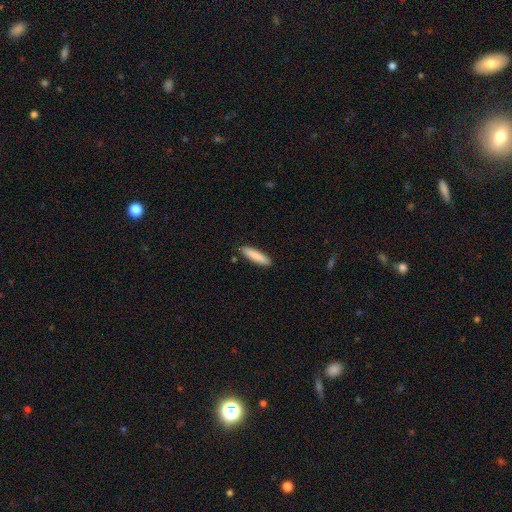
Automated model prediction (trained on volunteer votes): A smooth galaxy with no disk features (86%) that is cigar-shaped (81%). Merging: none (88%).